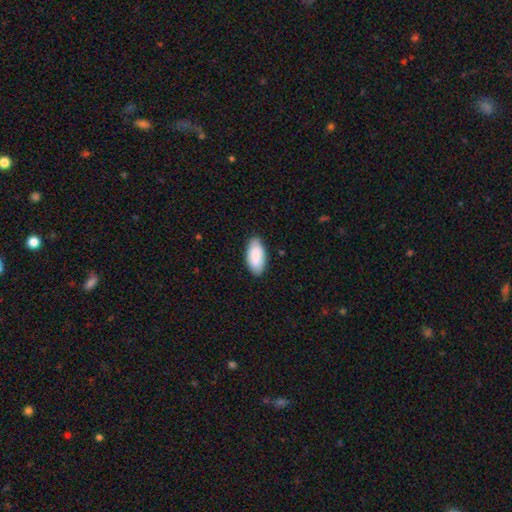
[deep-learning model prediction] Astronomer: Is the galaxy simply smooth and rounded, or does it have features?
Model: smooth — 86%.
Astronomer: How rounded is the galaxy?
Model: in between — 94%.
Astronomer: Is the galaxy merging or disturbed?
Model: none — 84%.